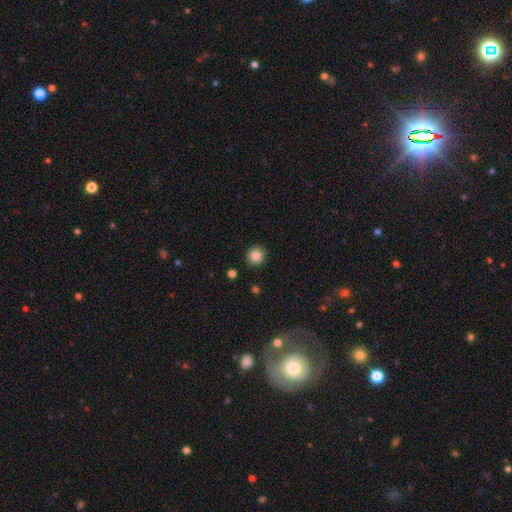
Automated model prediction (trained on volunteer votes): Smooth or featured?
  - smooth: 85% *
  - star or artifact: 10%
  - featured or disk: 5%
How rounded?
  - round: 94% *
  - in between: 5%
  - cigar-shaped: 1%
Merging?
  - none: 92% *
  - minor disturbance: 5%
  - major disturbance: 2%
  - merger: 1%